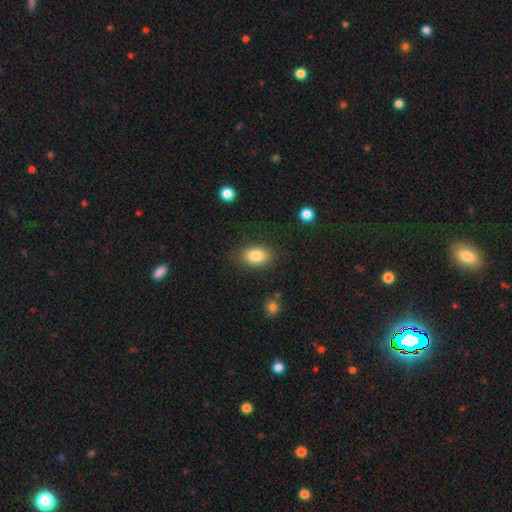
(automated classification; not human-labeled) smooth_or_featured: smooth (p=0.84) [alt: star or artifact p=0.08]
how_rounded: in between (p=0.82) [alt: round p=0.17]
merging: none (p=0.83) [alt: minor disturbance p=0.12]